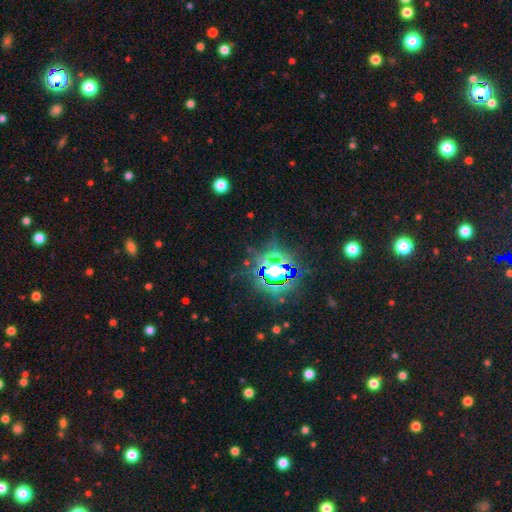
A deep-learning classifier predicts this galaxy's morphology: Q: Smooth or featured?
A: star or artifact (82%); runner-up: smooth (10%)